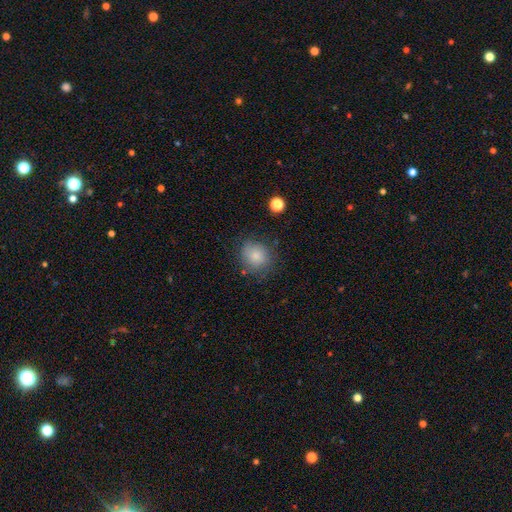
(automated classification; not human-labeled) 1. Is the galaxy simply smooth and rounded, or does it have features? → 82% smooth, 10% star or artifact, 8% featured or disk.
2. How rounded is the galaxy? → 76% round, 23% in between, 1% cigar-shaped.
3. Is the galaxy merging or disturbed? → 75% none, 17% minor disturbance, 5% major disturbance, 3% merger.